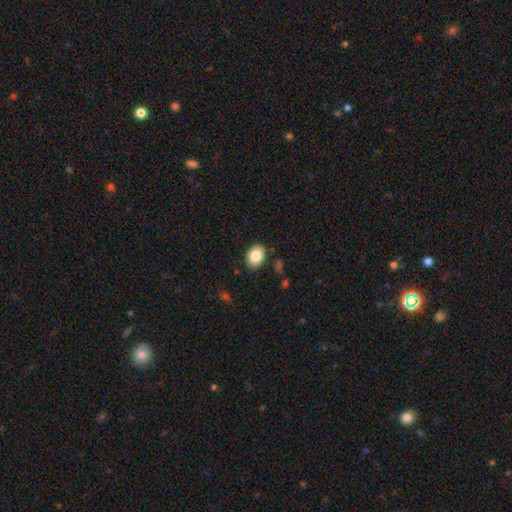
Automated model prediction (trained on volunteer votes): This is clearly a smooth galaxy (85%). How rounded: likely in between (71%). Merging: clearly none (86%).